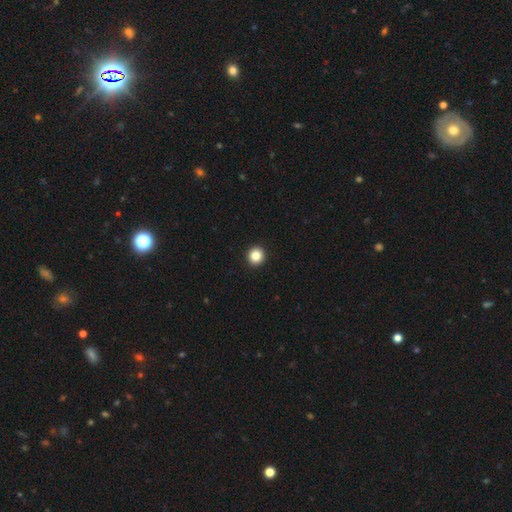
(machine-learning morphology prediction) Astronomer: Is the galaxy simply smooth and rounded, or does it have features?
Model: smooth — 85%.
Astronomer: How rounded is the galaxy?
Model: round — 95%.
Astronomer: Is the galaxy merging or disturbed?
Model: none — 94%.